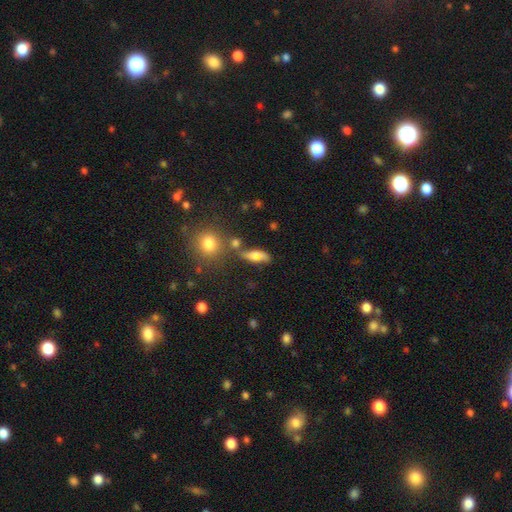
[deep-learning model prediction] The model was most divided on "smooth or featured": smooth: 55%, featured or disk: 32%, star or artifact: 12%. More confident: how rounded — in between (59%); merging — none (56%).